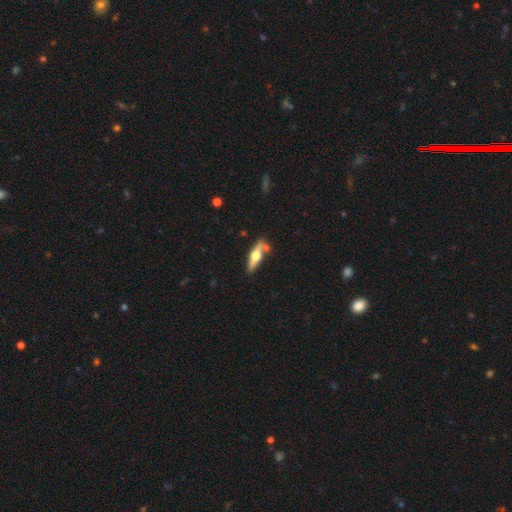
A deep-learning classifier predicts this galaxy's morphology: This is likely a featured or disk galaxy (63%). It is clearly viewed edge-on (93%). Edge-on bulge: clearly rounded (95%). Merging: likely none (70%).